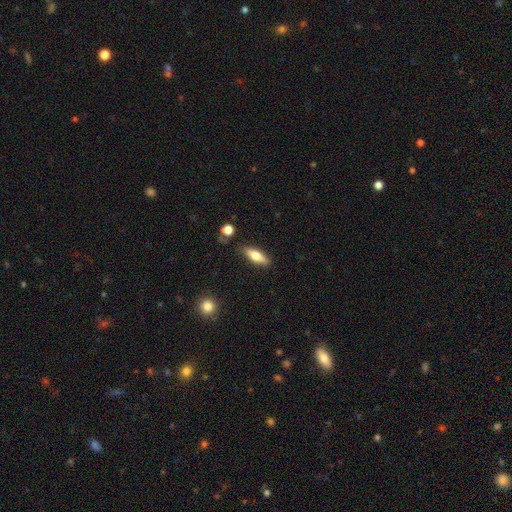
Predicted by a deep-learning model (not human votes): Q: Smooth or featured?
A: smooth (66%); runner-up: featured or disk (27%)
Q: How rounded?
A: in between (54%); runner-up: cigar-shaped (44%)
Q: Merging?
A: none (82%); runner-up: minor disturbance (12%)